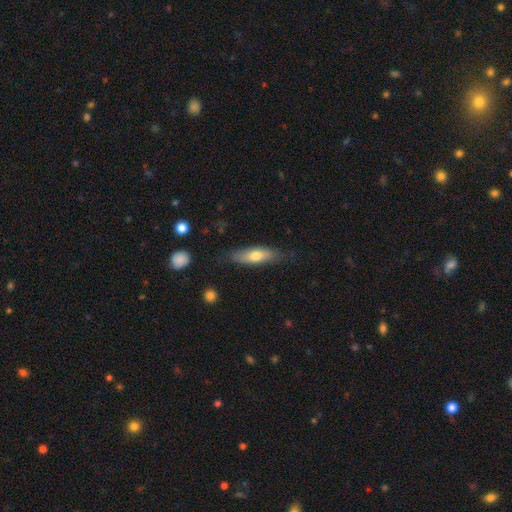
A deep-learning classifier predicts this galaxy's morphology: This appears to be a smooth galaxy with no disk features (67%) that is in between round and cigar-shaped (49%, tied with cigar-shaped). Merging: none (75%).